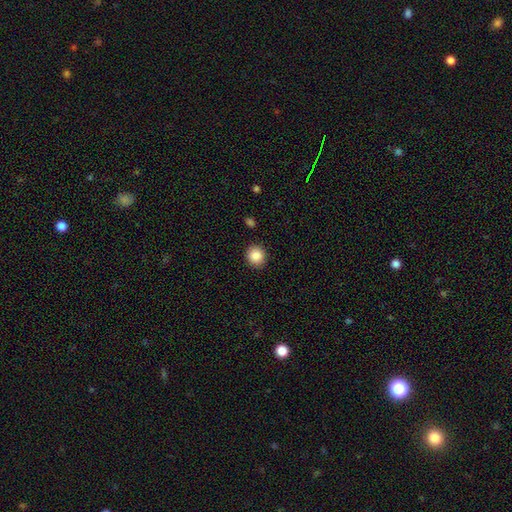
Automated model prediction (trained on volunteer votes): Smooth or featured: smooth — 88% (star or artifact — 9%)
How rounded: round — 88% (in between — 11%)
Merging: none — 90% (minor disturbance — 7%)